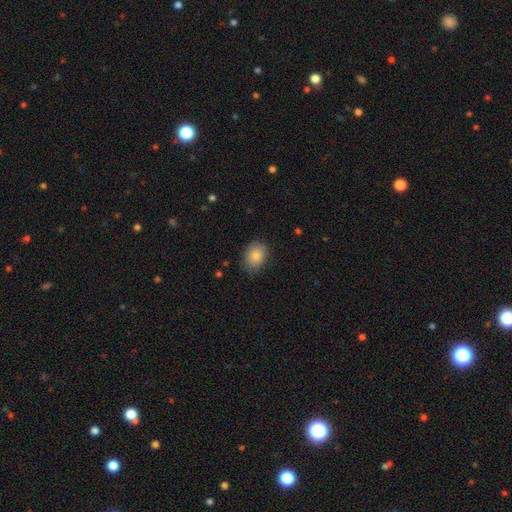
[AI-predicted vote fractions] The model was most divided on "how rounded": in between: 62%, round: 37%, cigar-shaped: 1%. More confident: smooth or featured — smooth (85%); merging — none (78%).